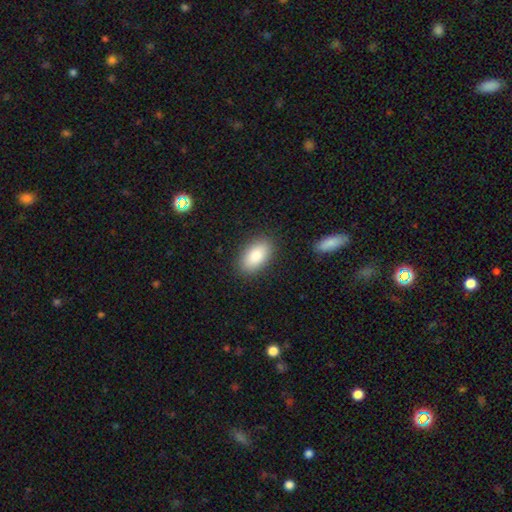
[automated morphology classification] Smooth or featured? Predicted: smooth (p=0.86). How rounded? Predicted: in between (p=0.93). Merging? Predicted: none (p=0.87).